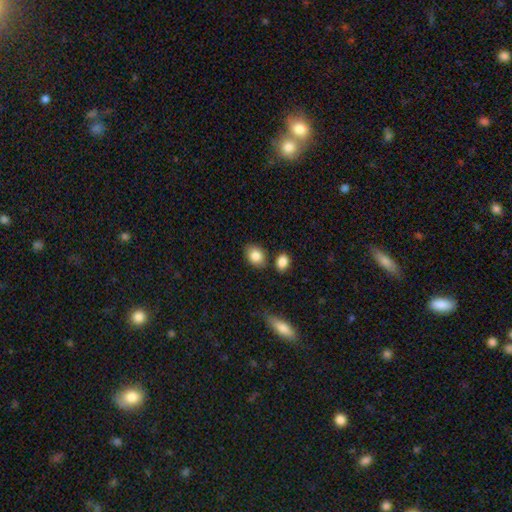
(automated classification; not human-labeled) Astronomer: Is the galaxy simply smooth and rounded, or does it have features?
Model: smooth — 85%.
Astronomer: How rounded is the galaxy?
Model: in between — 67%.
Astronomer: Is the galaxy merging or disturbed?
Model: none — 77%.